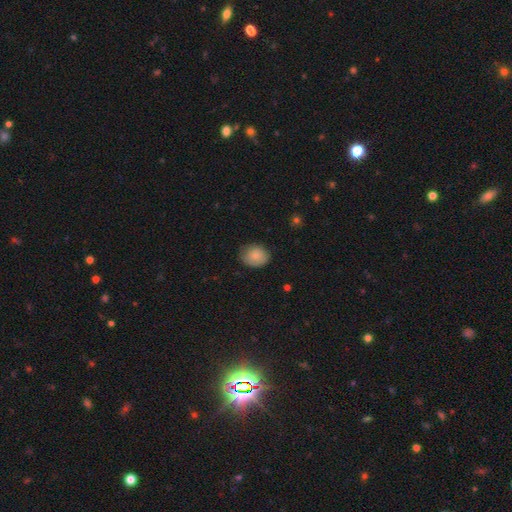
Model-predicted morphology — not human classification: This appears to be a smooth galaxy with no disk features (83%) that is round (51%). Merging: none (75%).